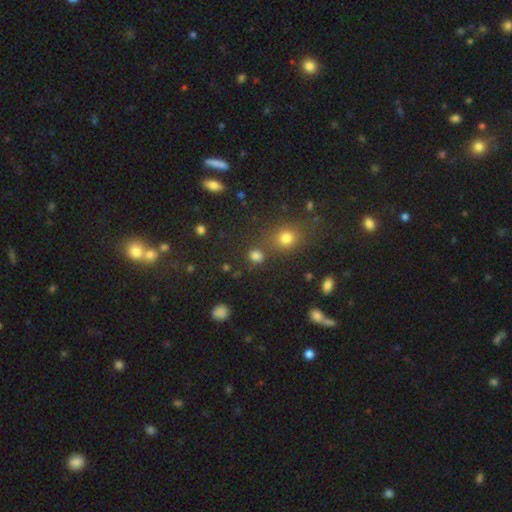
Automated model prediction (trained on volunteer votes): smooth 76%, star or artifact 19%, featured or disk 5%. Down the decision tree: how rounded — round (76%); merging — none (72%).